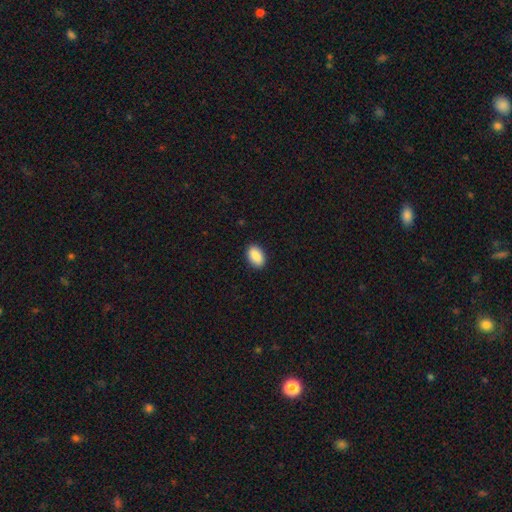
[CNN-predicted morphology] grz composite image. It shows a smooth galaxy with no disk features (90%) that is in between round and cigar-shaped (91%). Merging: none (90%).